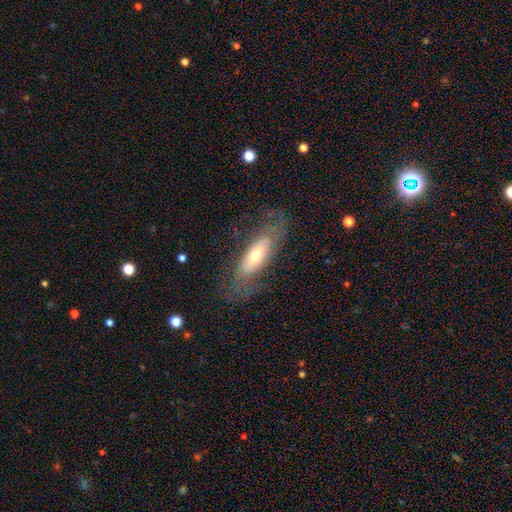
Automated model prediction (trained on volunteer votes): Morphology: type=featured or disk (53%); edge-on=no (73%); merging=none (66%).